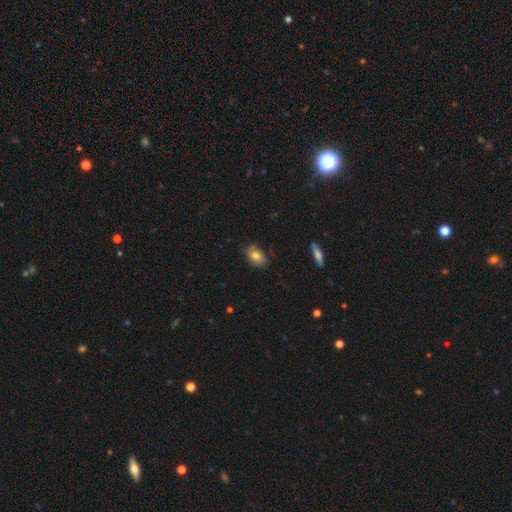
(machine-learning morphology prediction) smooth-or-featured: smooth: 79% | featured or disk: 12% | star or artifact: 8%
  how-rounded: in between: 84% | round: 14% | cigar-shaped: 2%
  merging: none: 74% | minor disturbance: 21% | major disturbance: 3% | merger: 2%